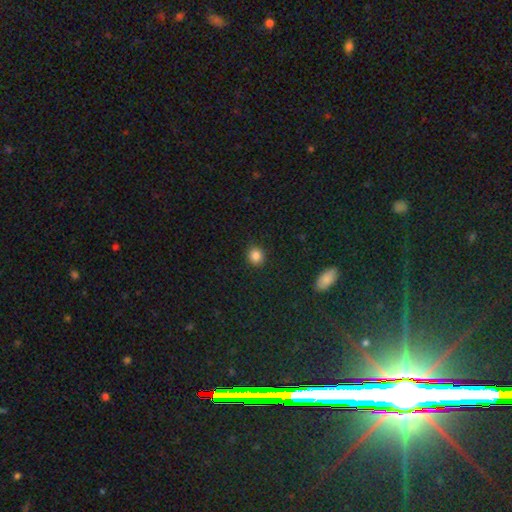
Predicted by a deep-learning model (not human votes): smooth 85%, star or artifact 11%, featured or disk 4%. Down the decision tree: how rounded — round (83%); merging — none (88%).